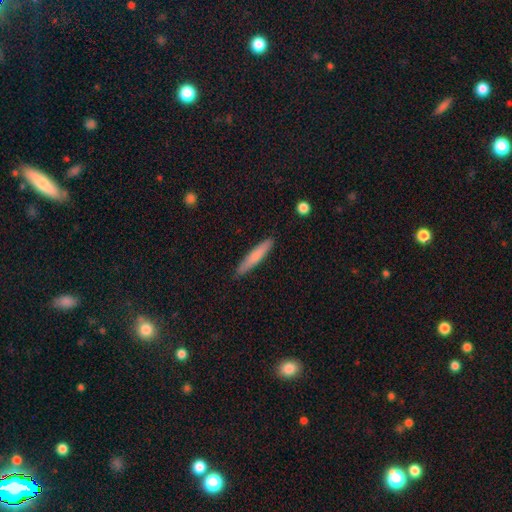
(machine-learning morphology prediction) This appears to be a smooth galaxy with no disk features (74%) that is cigar-shaped (93%). Merging: none (89%).